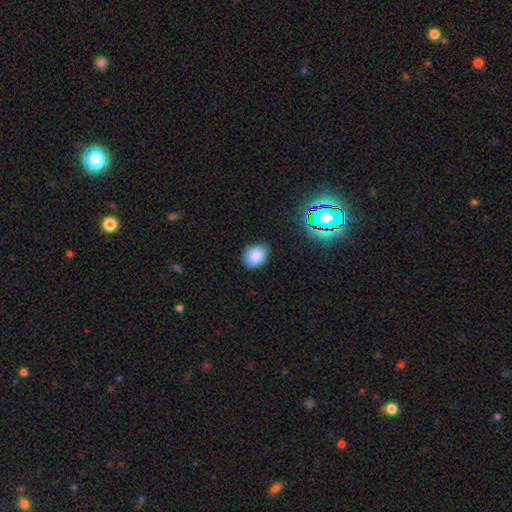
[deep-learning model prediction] A smooth galaxy with no disk features (82%) that is in between round and cigar-shaped (69%).

Vote fractions:
- Smooth or featured? smooth: 82% / star or artifact: 11% / featured or disk: 7%
- How rounded? in between: 69% / round: 30% / cigar-shaped: 1%
- Merging? none: 75% / minor disturbance: 20% / major disturbance: 3% / merger: 2%